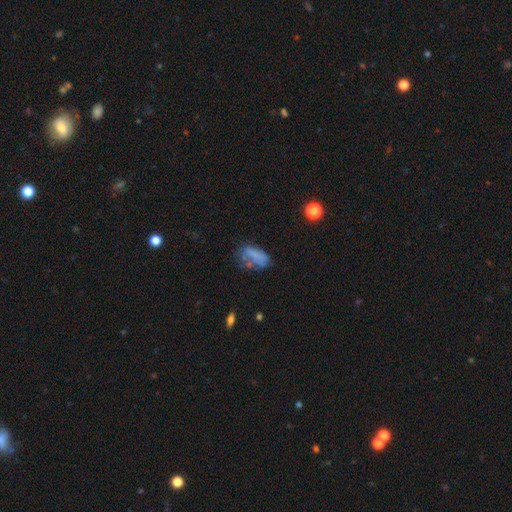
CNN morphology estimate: A smooth galaxy with no disk features (60%) that is in between round and cigar-shaped (82%).

Vote fractions:
- Smooth or featured? smooth: 60% / featured or disk: 27% / star or artifact: 14%
- How rounded? in between: 82% / cigar-shaped: 12% / round: 6%
- Merging? none: 39% / minor disturbance: 27% / major disturbance: 25% / merger: 9%